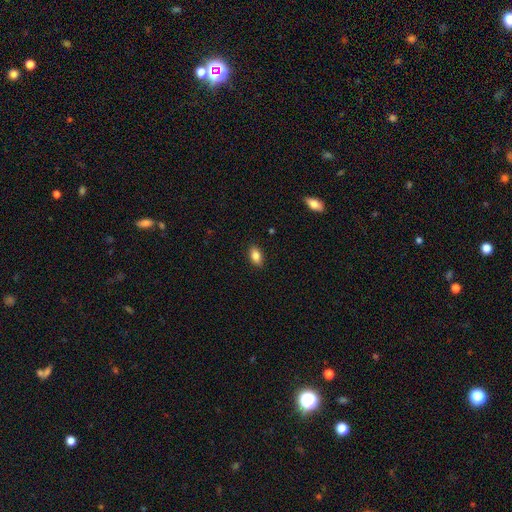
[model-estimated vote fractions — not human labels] smooth_or_featured: smooth (p=0.85) [alt: star or artifact p=0.08]
how_rounded: in between (p=0.89) [alt: round p=0.08]
merging: none (p=0.88) [alt: minor disturbance p=0.09]